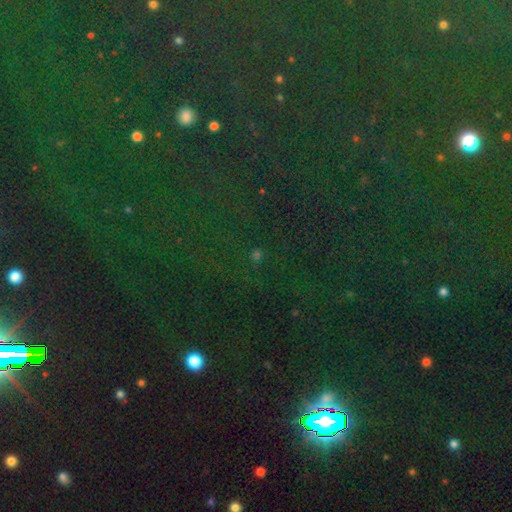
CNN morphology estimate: Smooth or featured? Predicted: star or artifact (p=0.71).